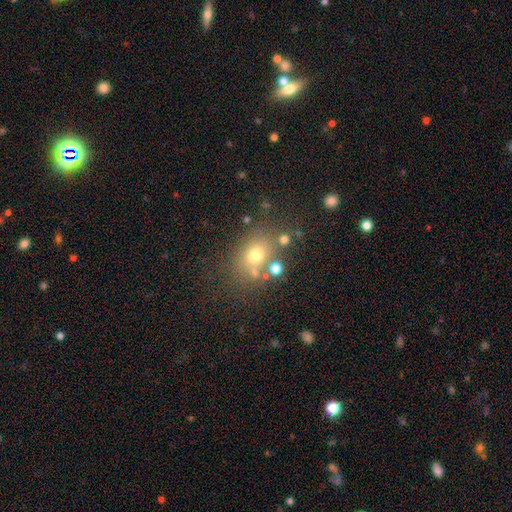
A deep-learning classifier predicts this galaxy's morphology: Smooth or featured? Predicted: smooth (p=0.64). How rounded? Predicted: in between (p=0.51). Merging? Predicted: none (p=0.66).